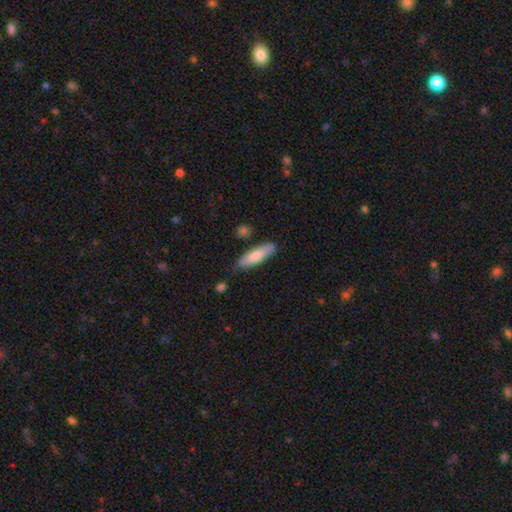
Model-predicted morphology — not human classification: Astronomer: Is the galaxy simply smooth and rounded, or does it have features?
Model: smooth — 79%.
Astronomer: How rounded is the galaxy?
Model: cigar-shaped — 58% (runner-up: in between, 40%).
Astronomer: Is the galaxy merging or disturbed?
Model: none — 77%.